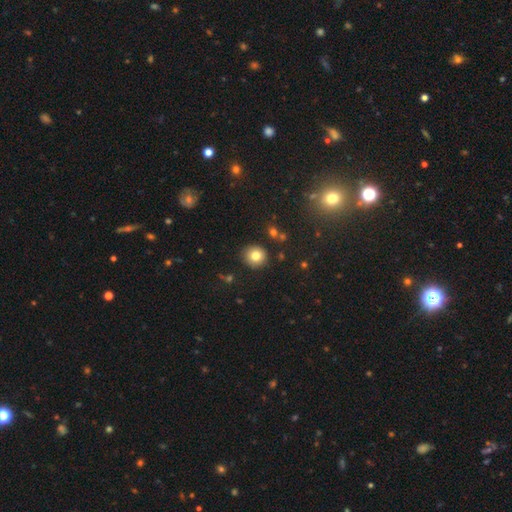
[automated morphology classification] This is clearly a smooth galaxy (80%). How rounded: clearly round (90%). Merging: clearly none (88%).